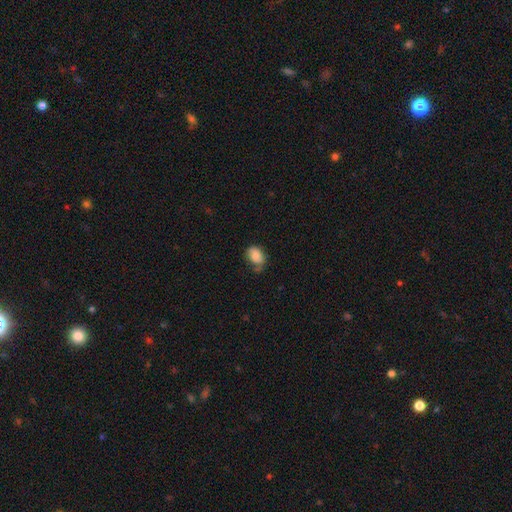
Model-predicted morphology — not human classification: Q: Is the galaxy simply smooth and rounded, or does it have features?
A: smooth — 81%.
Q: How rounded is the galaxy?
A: in between — 79%.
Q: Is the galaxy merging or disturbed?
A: none — 49%.